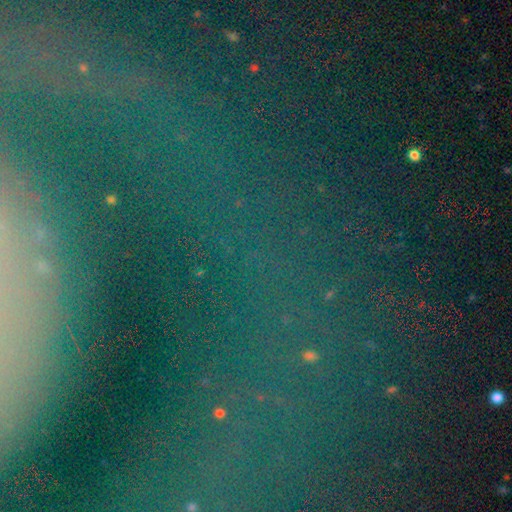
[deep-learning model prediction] smooth_or_featured: star or artifact (p=0.69) [alt: featured or disk p=0.15]